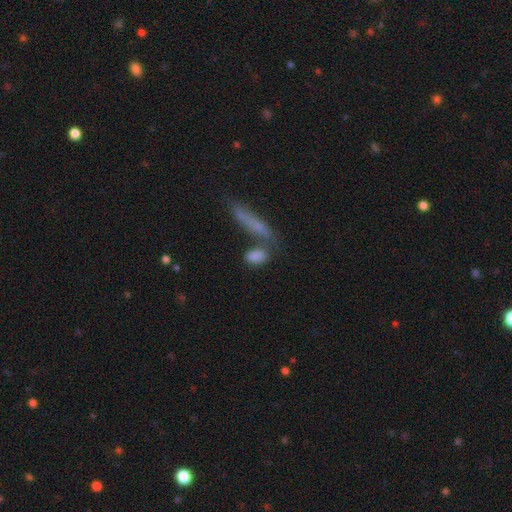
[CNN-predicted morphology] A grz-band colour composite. It shows a smooth galaxy with no disk features (78%) that is in between round and cigar-shaped (62%). Merging: none (52%).